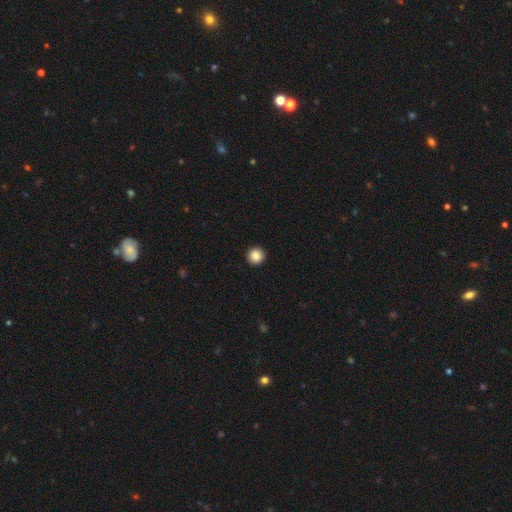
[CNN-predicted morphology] A smooth galaxy with no disk features (87%) that is round (96%). Merging: none (94%).